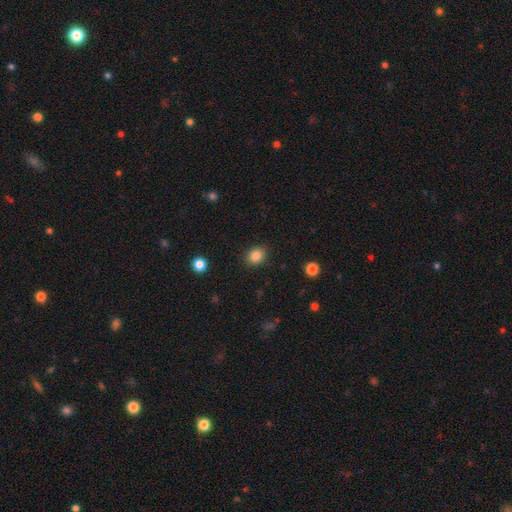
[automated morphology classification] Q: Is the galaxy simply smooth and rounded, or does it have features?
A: smooth — 85%.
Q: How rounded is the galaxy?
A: round — 56%.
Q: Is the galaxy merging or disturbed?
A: none — 89%.